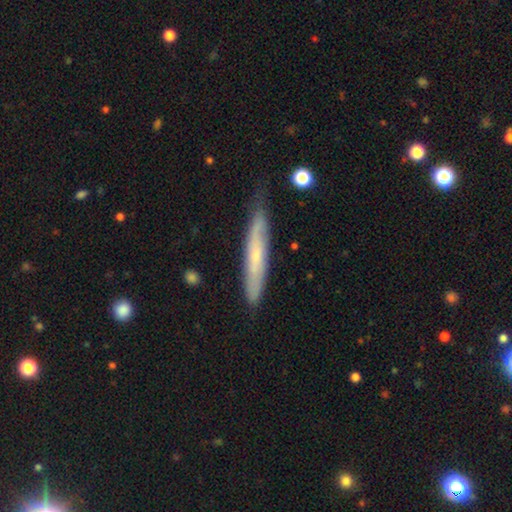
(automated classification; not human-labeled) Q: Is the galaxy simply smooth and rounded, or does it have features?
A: featured or disk — 49%.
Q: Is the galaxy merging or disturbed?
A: none — 71%.